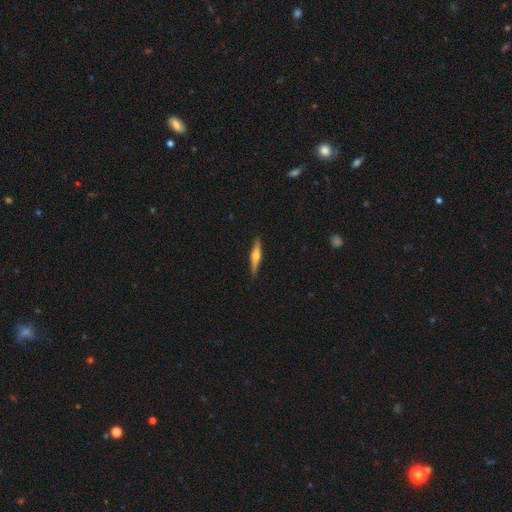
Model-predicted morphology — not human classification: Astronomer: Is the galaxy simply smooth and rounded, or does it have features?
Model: featured or disk — 63%.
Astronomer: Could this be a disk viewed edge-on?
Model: yes — 97%.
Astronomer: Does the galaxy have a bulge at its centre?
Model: rounded — 92%.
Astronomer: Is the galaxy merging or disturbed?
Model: none — 89%.